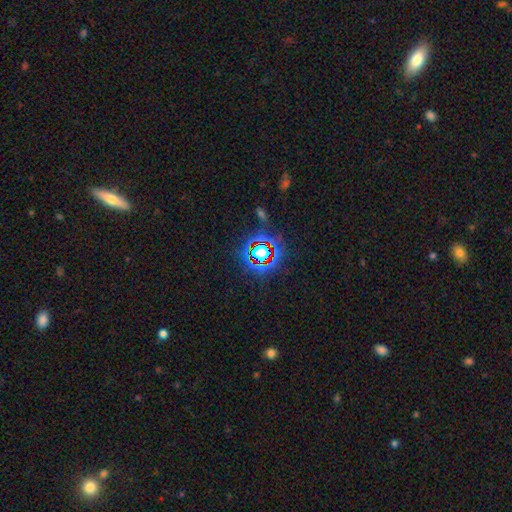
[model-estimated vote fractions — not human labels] Smooth or featured: star or artifact — 77% (smooth — 13%)